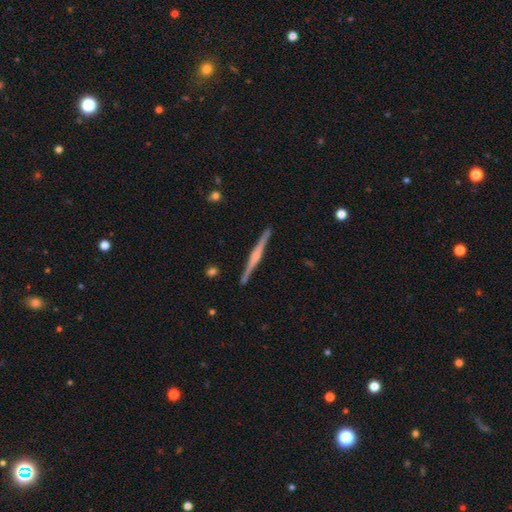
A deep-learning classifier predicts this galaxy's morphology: This is likely a featured or disk galaxy (79%). It is clearly viewed edge-on (99%). Edge-on bulge: likely rounded (69%). Merging: clearly none (91%).